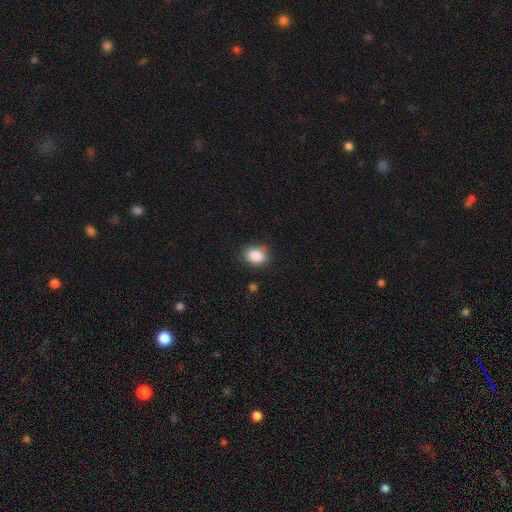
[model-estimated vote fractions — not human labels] This is clearly a smooth galaxy (87%). How rounded: possibly in between (56%). Merging: likely none (80%).